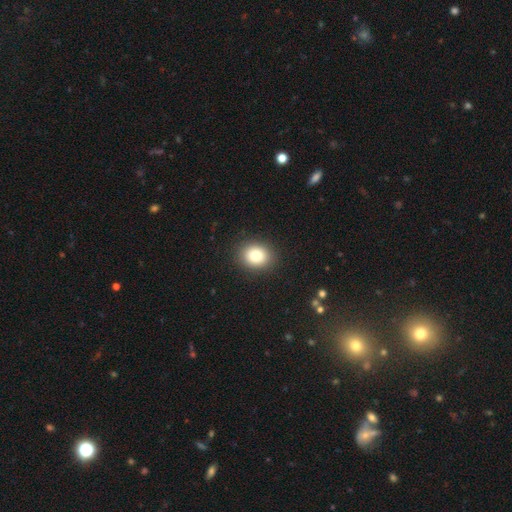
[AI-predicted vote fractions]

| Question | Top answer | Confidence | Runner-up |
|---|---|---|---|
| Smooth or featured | smooth | 83% | star or artifact (10%) |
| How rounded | round | 61% | in between (39%) |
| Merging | none | 90% | minor disturbance (7%) |